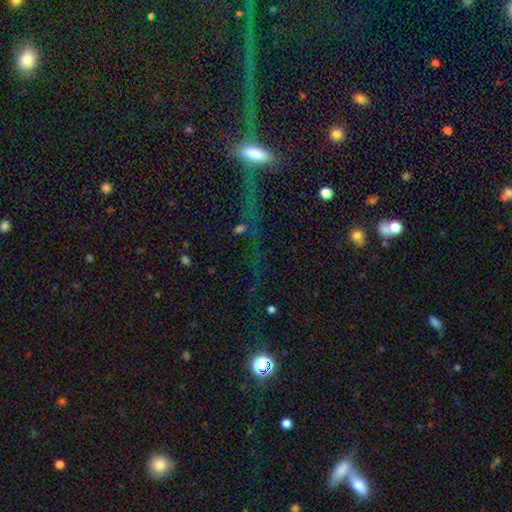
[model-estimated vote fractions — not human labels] This appears to be a star or artifact, not a galaxy (53%).